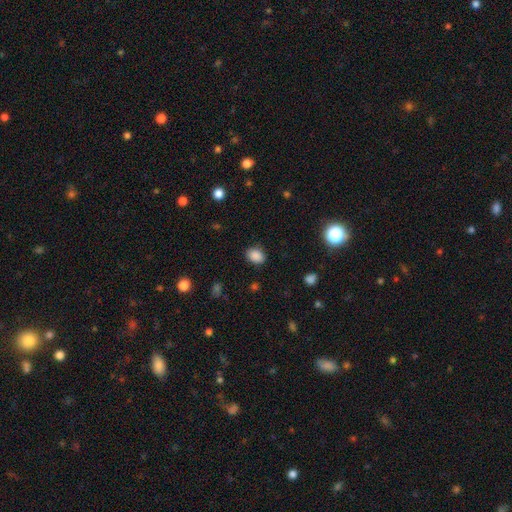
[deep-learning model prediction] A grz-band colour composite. It shows a smooth galaxy with no disk features (87%) that is in between round and cigar-shaped (66%). Merging: none (85%).